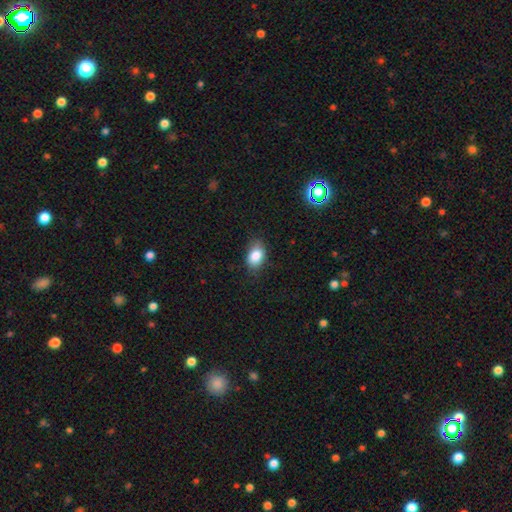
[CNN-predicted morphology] This is clearly a smooth galaxy (84%). How rounded: likely in between (80%). Merging: likely none (75%).